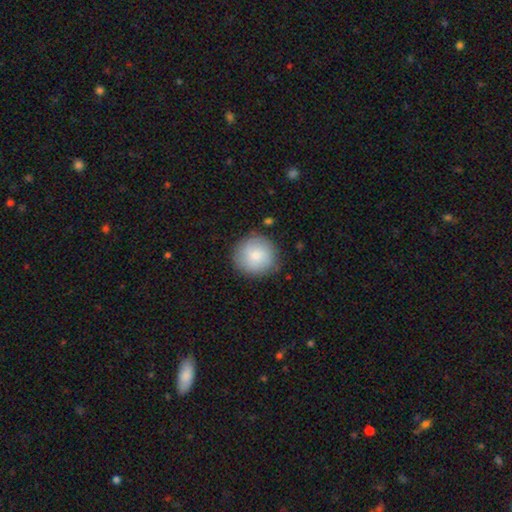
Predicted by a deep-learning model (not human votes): A smooth galaxy with no disk features (82%) that is round (93%). Merging: none (84%).